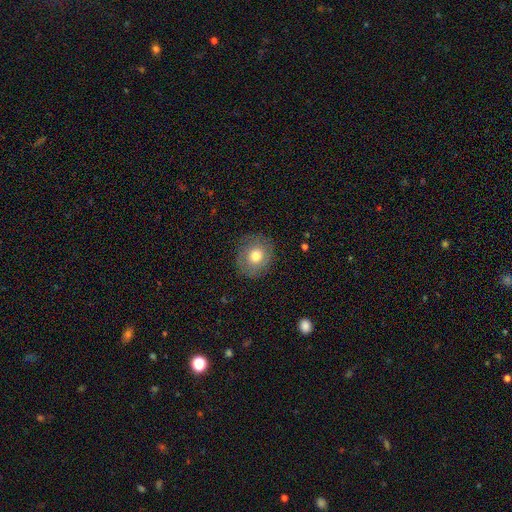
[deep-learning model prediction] smooth_or_featured: smooth (p=0.71) [alt: featured or disk p=0.19]
how_rounded: round (p=0.81) [alt: in between p=0.18]
merging: none (p=0.83) [alt: minor disturbance p=0.11]